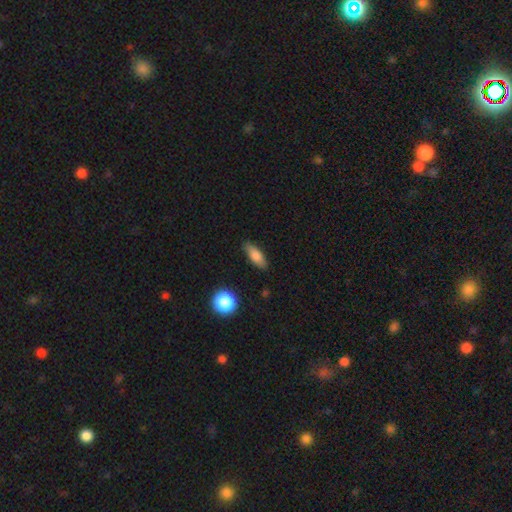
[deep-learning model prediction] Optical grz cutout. It shows a smooth galaxy with no disk features (79%) that is in between round and cigar-shaped (67%). Merging: none (83%).